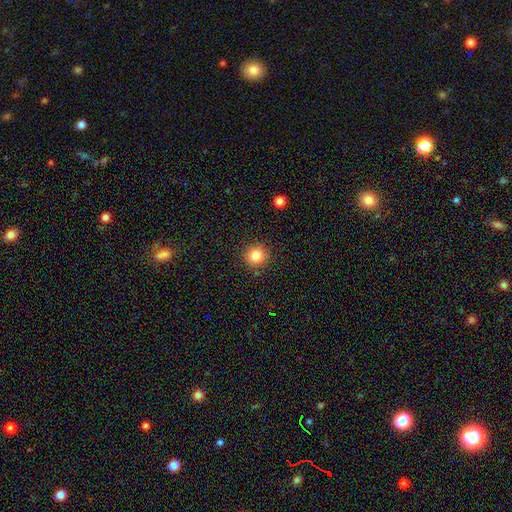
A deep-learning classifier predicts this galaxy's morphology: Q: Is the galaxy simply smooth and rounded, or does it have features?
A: smooth — 83%.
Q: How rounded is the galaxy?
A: round — 91%.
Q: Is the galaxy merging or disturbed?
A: none — 89%.